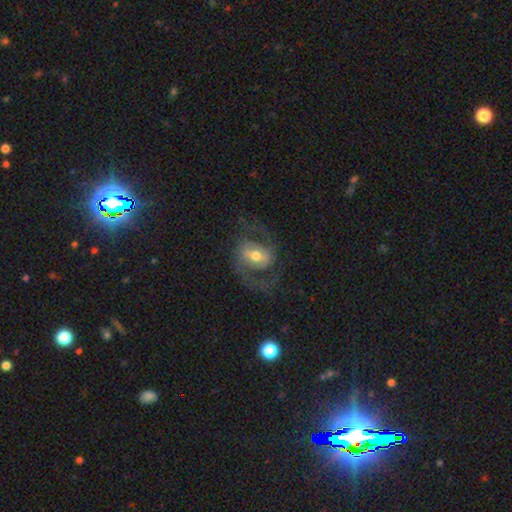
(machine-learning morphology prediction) This is likely a featured or disk galaxy (76%). It is clearly not viewed edge-on (96%). Bar: marginally weak (43%). Spiral arm pattern: clearly yes (85%). Spiral arm count: clearly 2 (88%). Spiral winding: possibly medium (50%). Central bulge: likely moderate (71%). Merging: likely none (66%).